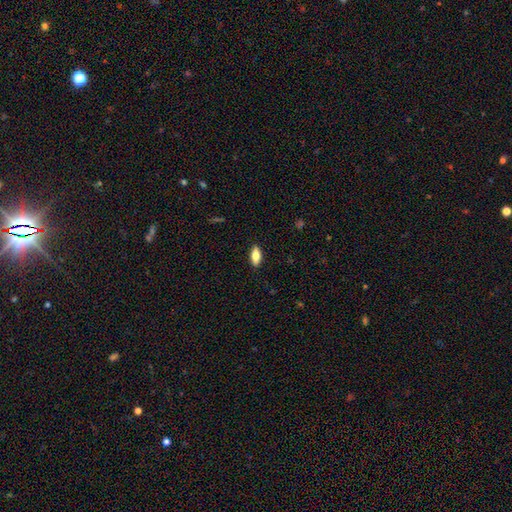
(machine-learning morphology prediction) Smooth or featured? Predicted: smooth (p=0.74). How rounded? Predicted: in between (p=0.83). Merging? Predicted: none (p=0.89).